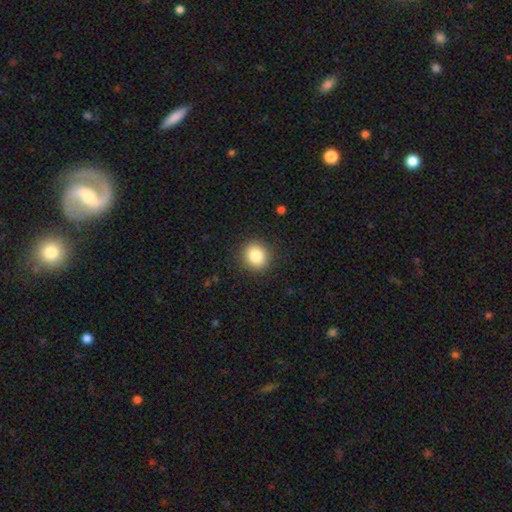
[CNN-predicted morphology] smooth 84%, star or artifact 9%, featured or disk 6%. Down the decision tree: how rounded — round (82%); merging — none (90%).